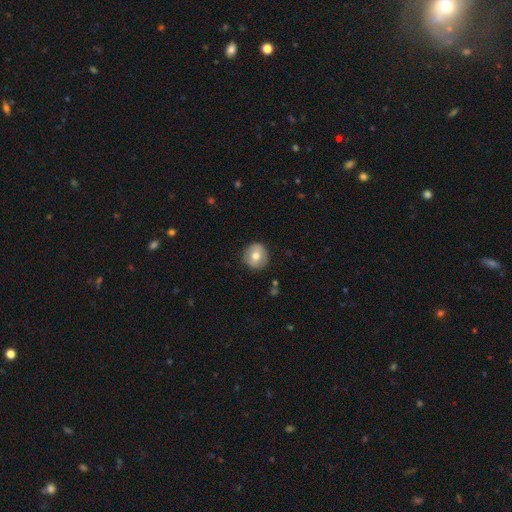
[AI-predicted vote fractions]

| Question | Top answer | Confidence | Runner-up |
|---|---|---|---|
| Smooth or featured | smooth | 68% | featured or disk (25%) |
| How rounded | round | 93% | in between (6%) |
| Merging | none | 86% | minor disturbance (10%) |